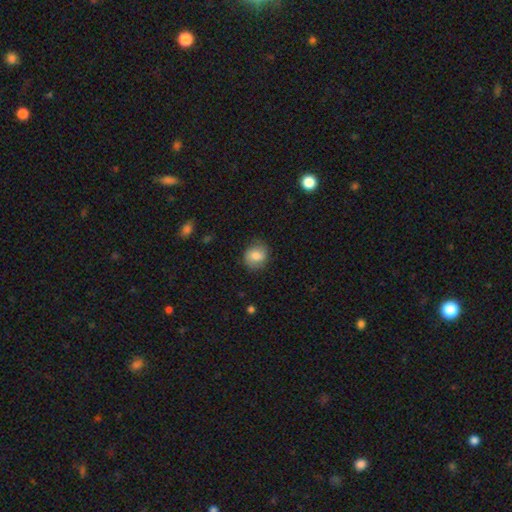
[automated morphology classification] A smooth galaxy with no disk features (74%) that is round (76%). Merging: none (79%).